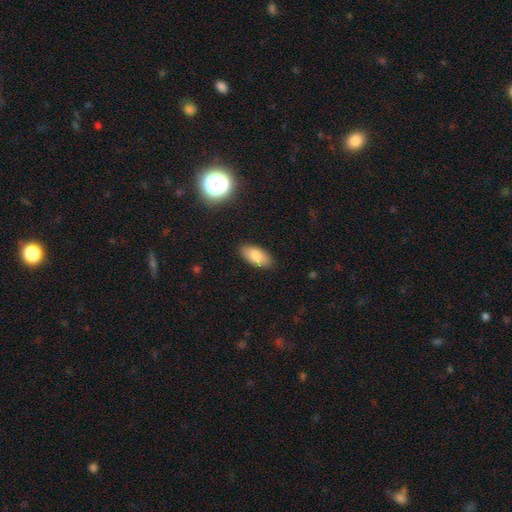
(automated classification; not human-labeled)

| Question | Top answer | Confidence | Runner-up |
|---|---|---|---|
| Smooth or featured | smooth | 82% | featured or disk (10%) |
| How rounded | in between | 91% | cigar-shaped (6%) |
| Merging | none | 86% | minor disturbance (10%) |